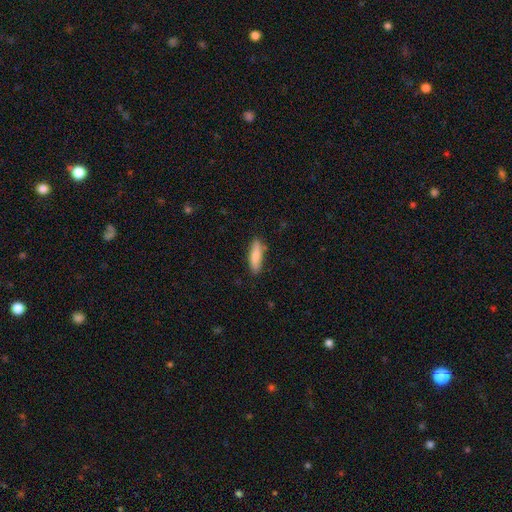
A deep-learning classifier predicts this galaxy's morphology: This appears to be a smooth galaxy with no disk features (83%) that is cigar-shaped (63%). Merging: none (83%).